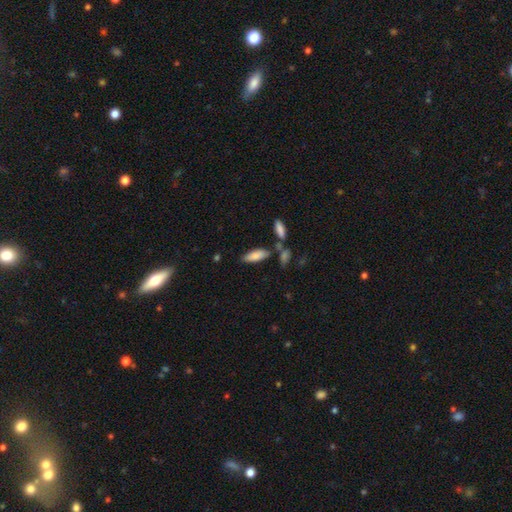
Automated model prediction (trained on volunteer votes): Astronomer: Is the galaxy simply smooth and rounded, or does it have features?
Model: smooth — 82%.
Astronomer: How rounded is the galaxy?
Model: in between — 65%.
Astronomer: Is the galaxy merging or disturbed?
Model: none — 68%.